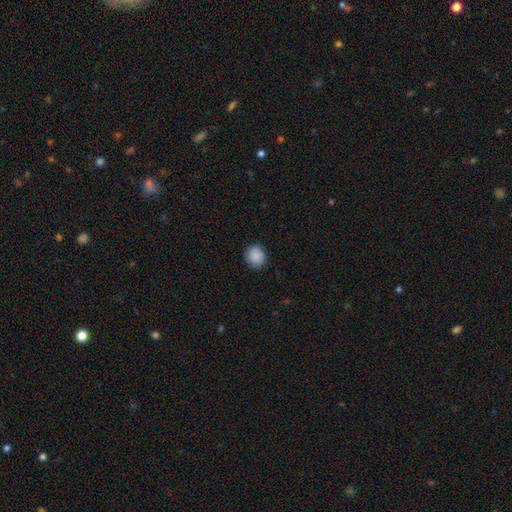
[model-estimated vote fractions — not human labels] This appears to be a smooth galaxy with no disk features (89%) that is round (74%). Merging: none (87%).